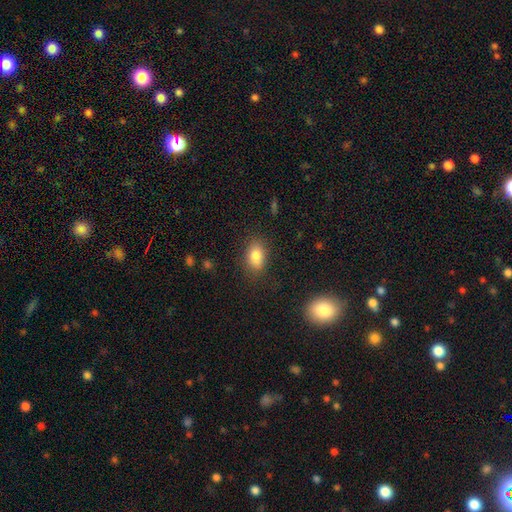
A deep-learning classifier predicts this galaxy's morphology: Smooth or featured? smooth (81%)
How rounded? in between (83%)
Merging? none (80%)